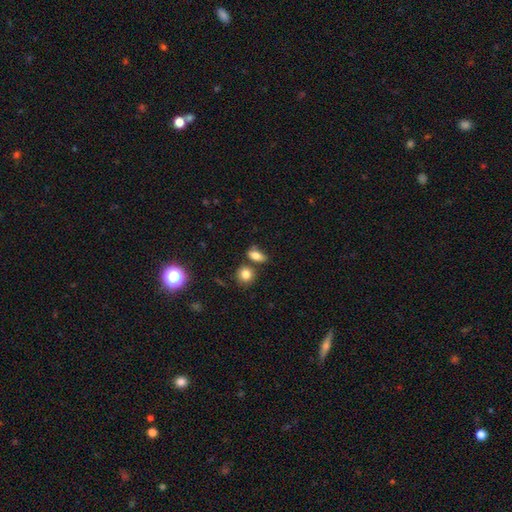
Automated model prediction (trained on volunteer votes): Q: Smooth or featured?
A: smooth (78%); runner-up: featured or disk (11%)
Q: How rounded?
A: in between (75%); runner-up: round (15%)
Q: Merging?
A: none (63%); runner-up: minor disturbance (16%)